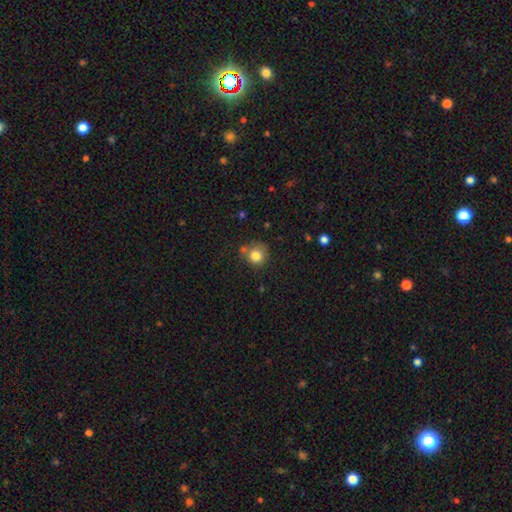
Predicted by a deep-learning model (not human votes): smooth-or-featured: smooth: 82% | star or artifact: 11% | featured or disk: 7%
  how-rounded: round: 89% | in between: 10% | cigar-shaped: 1%
  merging: none: 67% | minor disturbance: 17% | merger: 11% | major disturbance: 5%